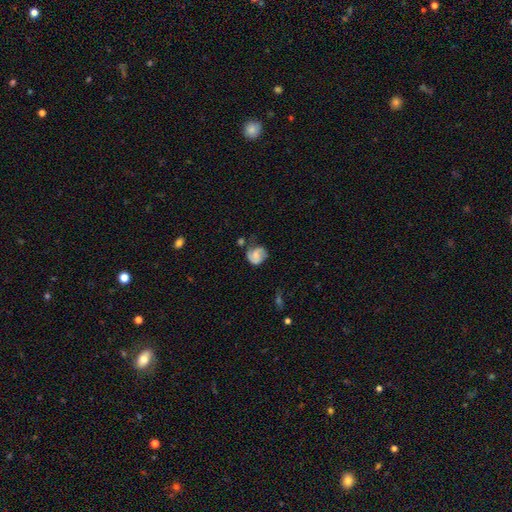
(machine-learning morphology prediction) Smooth or featured: featured or disk — 52% (smooth — 39%)
Edge-on disk: no — 97% (yes — 3%)
Bar: no — 51% (weak — 39%)
Spiral arms: yes — 87% (no — 13%)
Bulge size: small — 38% (none — 29%)
Merging: none — 52% (minor disturbance — 27%)